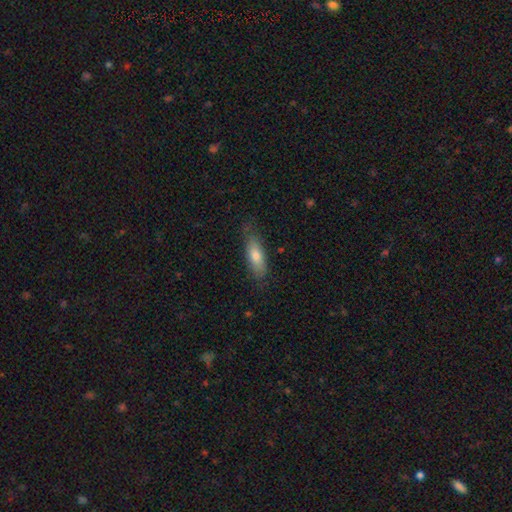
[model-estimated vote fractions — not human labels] A smooth galaxy with no disk features (72%) that is in between round and cigar-shaped (56%).

Vote fractions:
- Smooth or featured? smooth: 72% / featured or disk: 22% / star or artifact: 6%
- How rounded? in between: 56% / cigar-shaped: 42% / round: 2%
- Merging? none: 74% / minor disturbance: 20% / major disturbance: 4% / merger: 1%